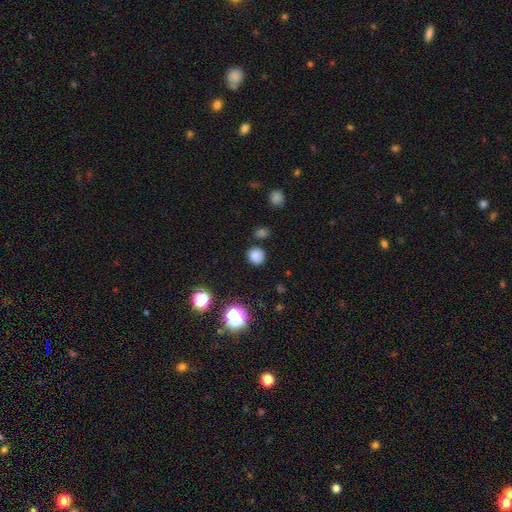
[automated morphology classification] The model was most divided on "smooth or featured": smooth: 80%, star or artifact: 15%, featured or disk: 5%. More confident: how rounded — round (89%); merging — none (85%).